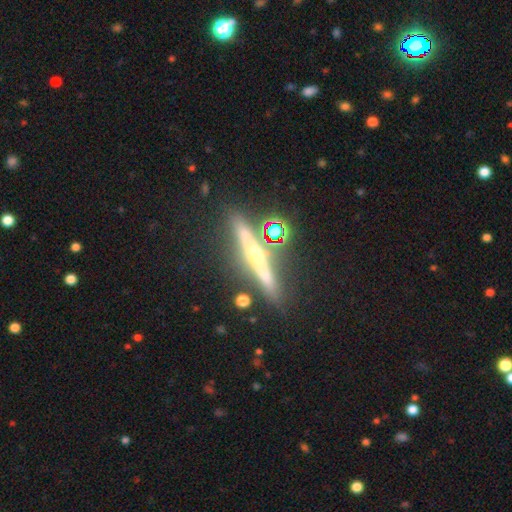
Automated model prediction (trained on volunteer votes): This appears to be a featured or disk galaxy (66%) viewed edge-on (95%) with a rounded central bulge (64%). Merging: none (84%).